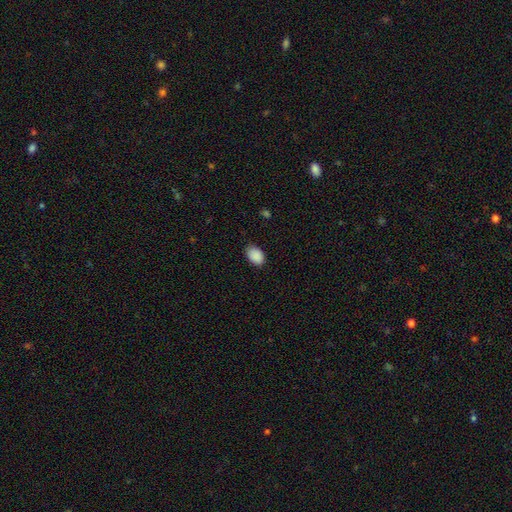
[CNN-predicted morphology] smooth 90%, star or artifact 7%, featured or disk 3%. Down the decision tree: how rounded — in between (85%); merging — none (83%).